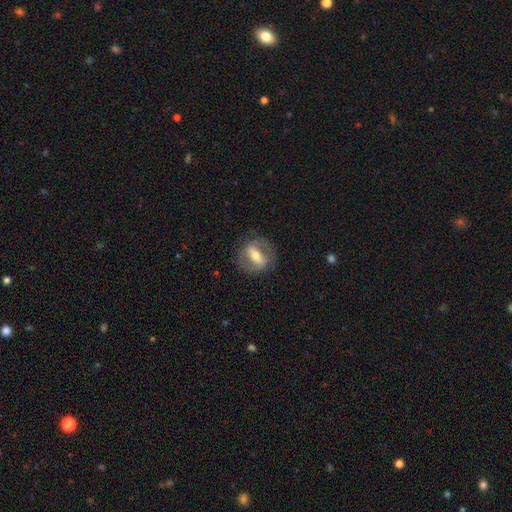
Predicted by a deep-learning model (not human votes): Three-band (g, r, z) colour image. It shows a featured or disk galaxy (66%) with a strong bar (60%), spiral arms (62%) and a moderate central bulge (63%). Merging: none (79%).